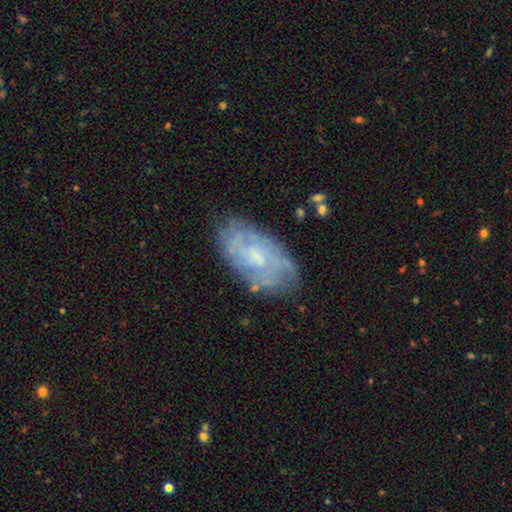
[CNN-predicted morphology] A featured or disk galaxy (65%) with no bar (70%), spiral arms (68%) and a small central bulge (49%).

Vote fractions:
- Smooth or featured? featured or disk: 65% / smooth: 28% / star or artifact: 7%
- Edge-on disk? no: 94% / yes: 6%
- Bar? no: 70% / weak: 27% / strong: 4%
- Spiral arms? yes: 68% / no: 32%
- Bulge size? small: 49% / moderate: 34% / none: 13% / large: 3% / dominant: 1%
- Merging? none: 69% / minor disturbance: 21% / major disturbance: 7% / merger: 2%